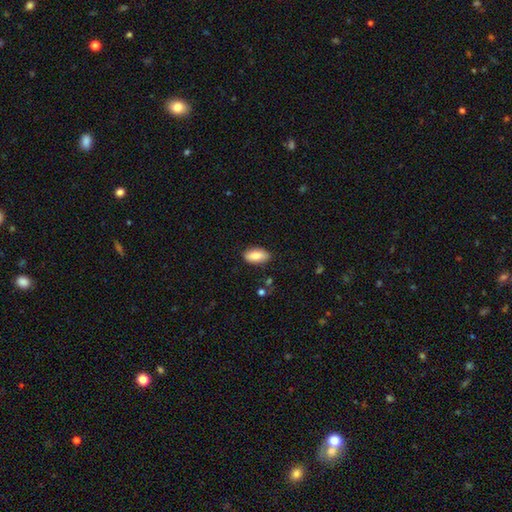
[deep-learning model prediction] Smooth or featured? smooth (84%)
How rounded? in between (91%)
Merging? none (85%)